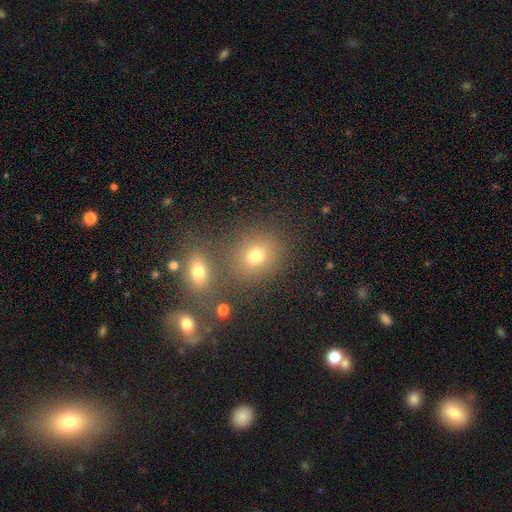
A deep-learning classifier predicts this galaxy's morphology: Smooth or featured? Predicted: smooth (p=0.71). How rounded? Predicted: round (p=0.66). Merging? Predicted: none (p=0.70).